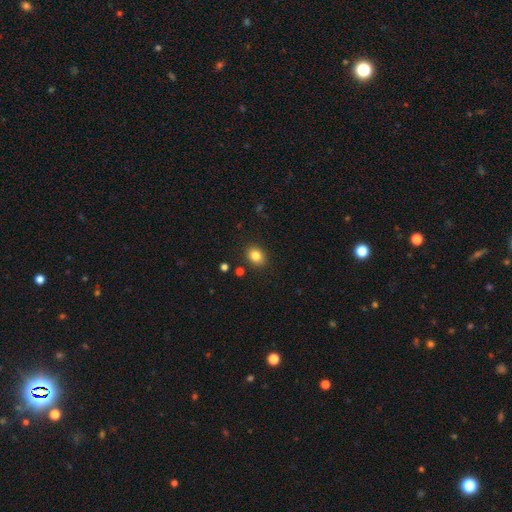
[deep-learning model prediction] Smooth or featured? smooth (83%)
How rounded? round (60%)
Merging? none (89%)